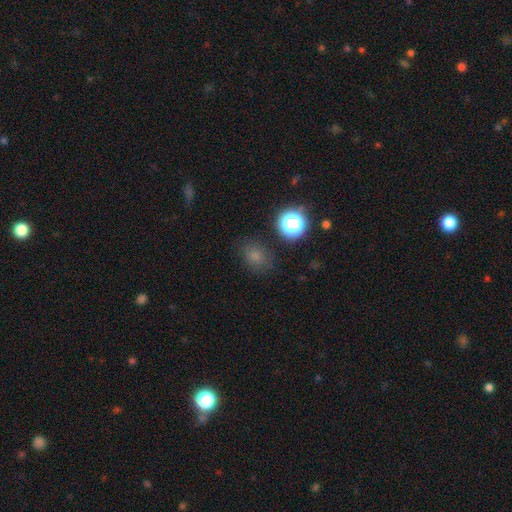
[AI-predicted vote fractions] A smooth galaxy with no disk features (73%) that is round (55%).

Vote fractions:
- Smooth or featured? smooth: 73% / star or artifact: 20% / featured or disk: 7%
- How rounded? round: 55% / in between: 44% / cigar-shaped: 1%
- Merging? none: 77% / minor disturbance: 15% / major disturbance: 5% / merger: 3%